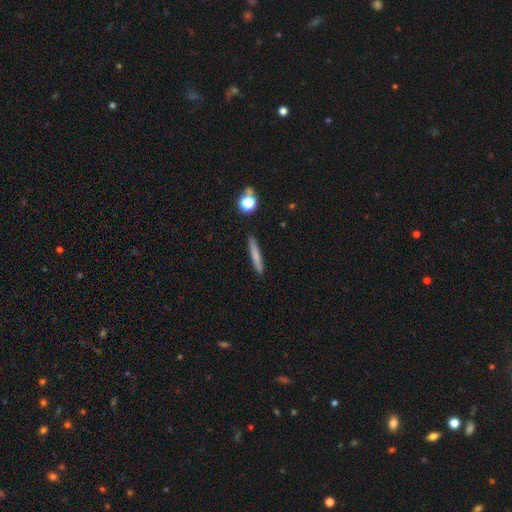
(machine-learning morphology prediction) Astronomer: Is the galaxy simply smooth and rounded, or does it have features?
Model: smooth — 70%.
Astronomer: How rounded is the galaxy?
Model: cigar-shaped — 94%.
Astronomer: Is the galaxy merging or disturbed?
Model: none — 90%.